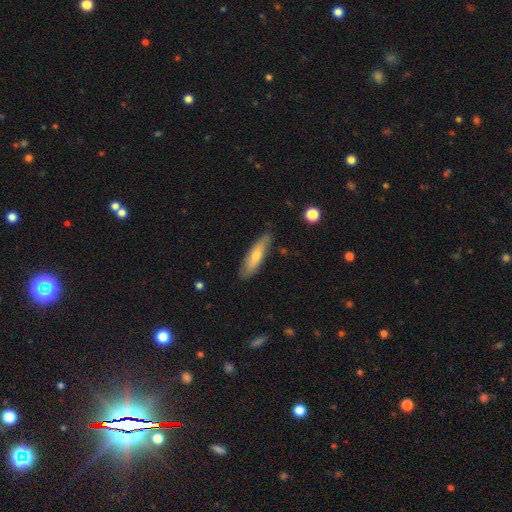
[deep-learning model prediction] The model was most divided on "how rounded": cigar-shaped: 65%, in between: 33%, round: 2%. More confident: merging — none (78%); smooth or featured — smooth (64%).